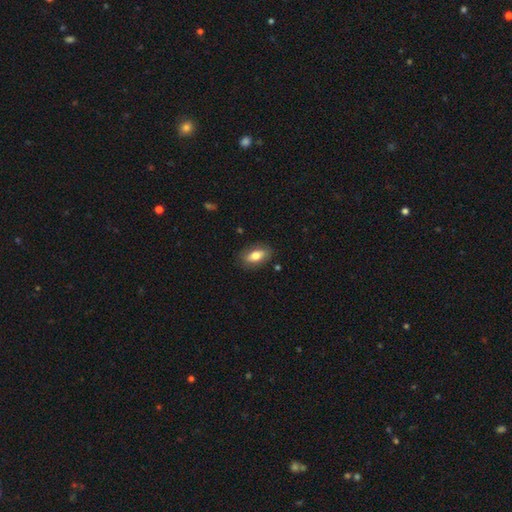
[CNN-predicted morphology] Overall: smooth (71%). How rounded: in between (87%). Merging: none (83%).